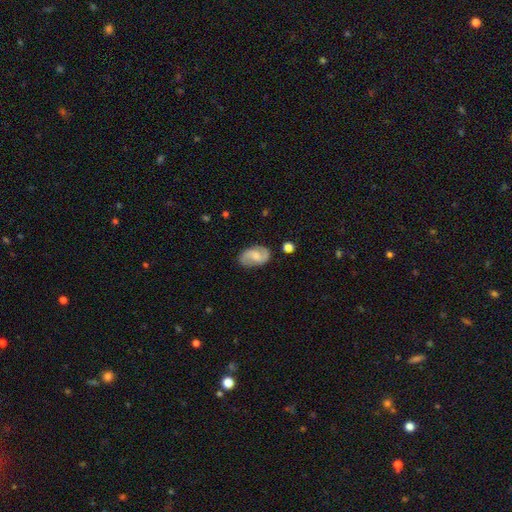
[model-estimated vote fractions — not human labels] Smooth or featured: featured or disk — 72% (smooth — 21%)
Edge-on disk: no — 97% (yes — 3%)
Bar: weak — 46% (no — 44%)
Spiral arms: yes — 95% (no — 5%)
Spiral winding: medium — 47% (loose — 35%)
Spiral arm count: 2 — 91% (can't tell — 4%)
Bulge size: small — 34% (moderate — 32%)
Merging: none — 79% (minor disturbance — 15%)